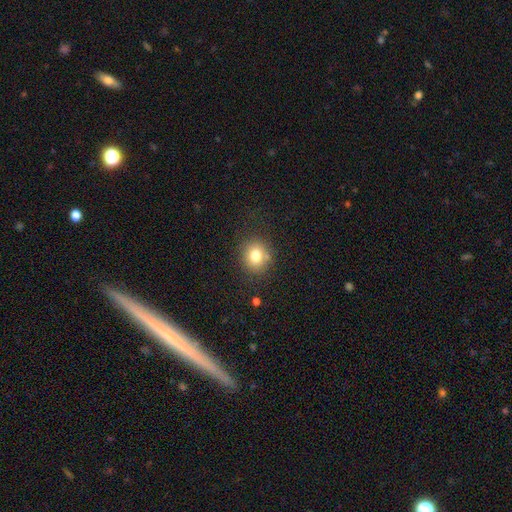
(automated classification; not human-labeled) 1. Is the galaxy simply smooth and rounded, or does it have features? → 79% smooth, 12% star or artifact, 9% featured or disk.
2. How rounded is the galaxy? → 81% round, 18% in between, 1% cigar-shaped.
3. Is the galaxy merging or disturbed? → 80% none, 12% minor disturbance, 4% major disturbance, 4% merger.